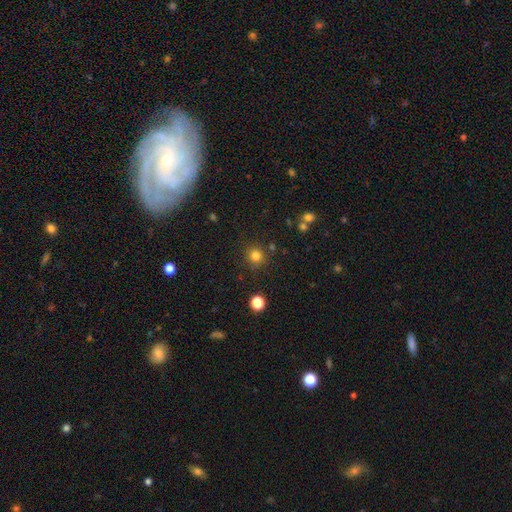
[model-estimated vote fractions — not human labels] Morphology: type=smooth (80%); roundness=round (91%); merging=none (84%).